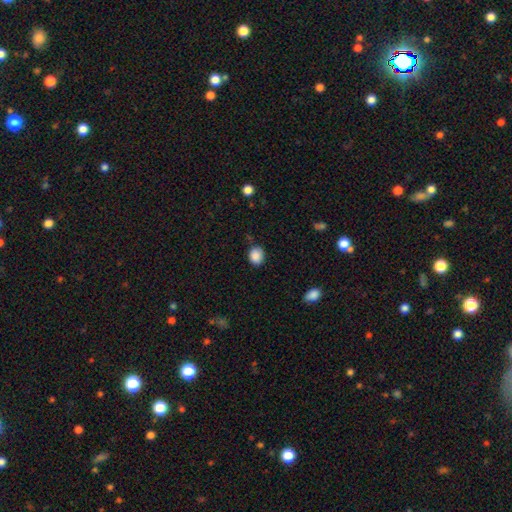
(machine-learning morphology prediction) smooth 88%, star or artifact 9%, featured or disk 3%. Down the decision tree: how rounded — round (62%); merging — none (82%).